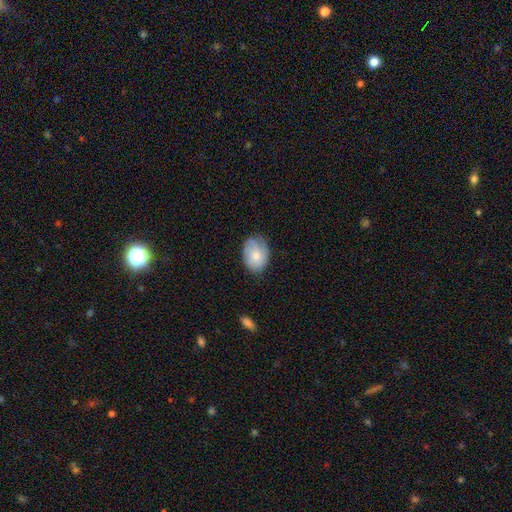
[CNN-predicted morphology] Smooth or featured?
  - smooth: 71% *
  - featured or disk: 23%
  - star or artifact: 7%
How rounded?
  - in between: 72% *
  - round: 27%
  - cigar-shaped: 1%
Merging?
  - none: 63% *
  - minor disturbance: 29%
  - major disturbance: 7%
  - merger: 1%